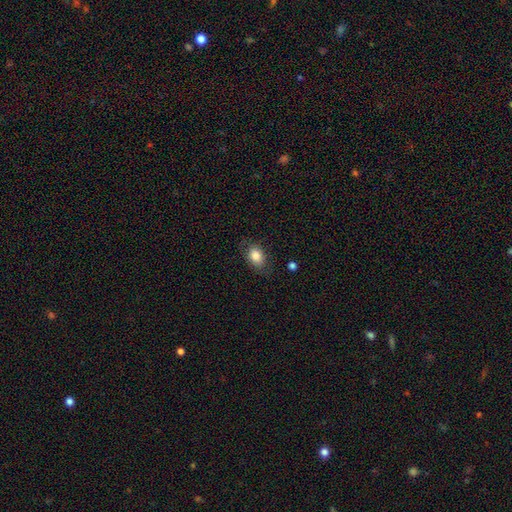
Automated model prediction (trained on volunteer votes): Smooth or featured: smooth — 83% (featured or disk — 9%)
How rounded: in between — 79% (round — 20%)
Merging: none — 76% (minor disturbance — 17%)